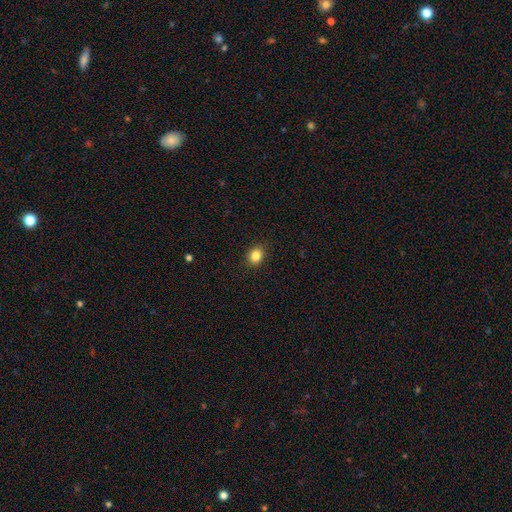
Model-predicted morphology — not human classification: smooth-or-featured: smooth: 84% | star or artifact: 10% | featured or disk: 5%
  how-rounded: round: 56% | in between: 43% | cigar-shaped: 1%
  merging: none: 89% | minor disturbance: 8% | major disturbance: 2% | merger: 1%